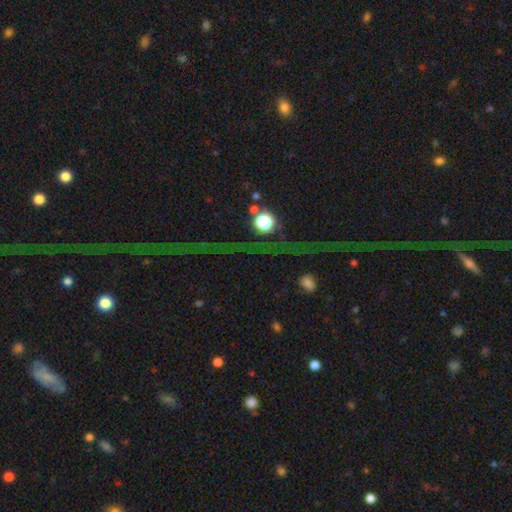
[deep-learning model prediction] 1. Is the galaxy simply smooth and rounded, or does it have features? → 72% star or artifact, 14% featured or disk, 14% smooth.